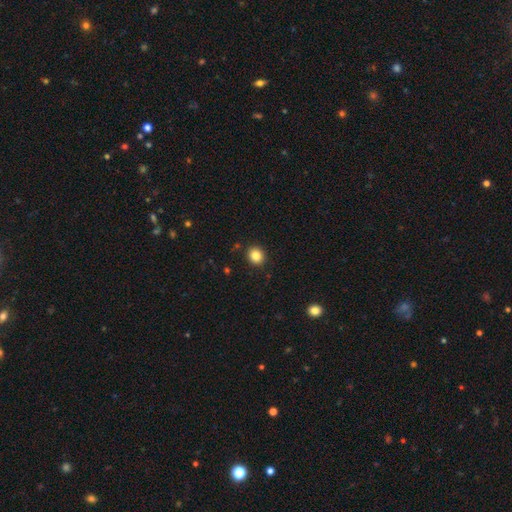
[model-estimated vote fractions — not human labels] Q: Smooth or featured?
A: smooth (85%); runner-up: star or artifact (11%)
Q: How rounded?
A: round (81%); runner-up: in between (19%)
Q: Merging?
A: none (90%); runner-up: minor disturbance (6%)